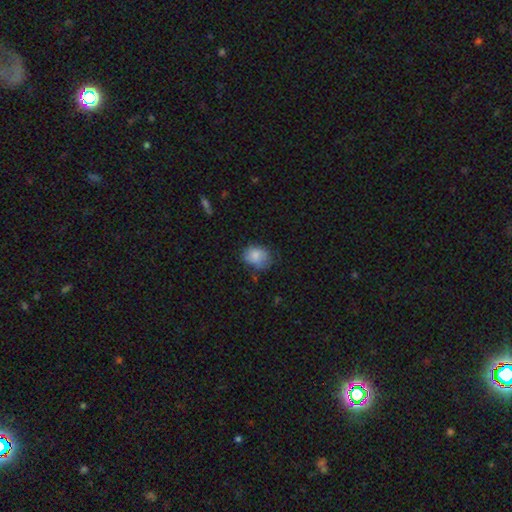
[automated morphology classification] Smooth or featured? Predicted: smooth (p=0.83). How rounded? Predicted: in between (p=0.56). Merging? Predicted: none (p=0.60).